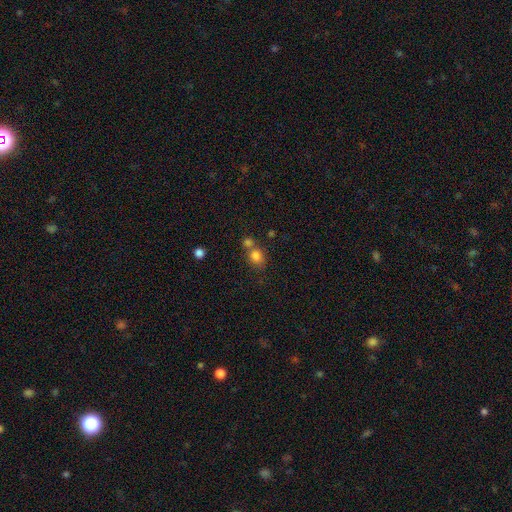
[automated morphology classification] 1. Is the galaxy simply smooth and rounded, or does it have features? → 81% smooth, 11% star or artifact, 7% featured or disk.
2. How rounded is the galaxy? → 58% round, 40% in between, 1% cigar-shaped.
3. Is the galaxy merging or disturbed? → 46% none, 40% merger, 10% minor disturbance, 4% major disturbance.